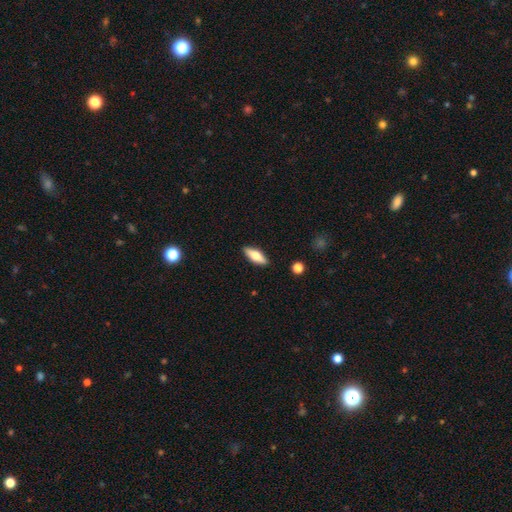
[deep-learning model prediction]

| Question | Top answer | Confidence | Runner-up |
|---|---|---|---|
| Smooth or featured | smooth | 57% | featured or disk (37%) |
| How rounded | in between | 57% | cigar-shaped (40%) |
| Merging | none | 89% | minor disturbance (8%) |